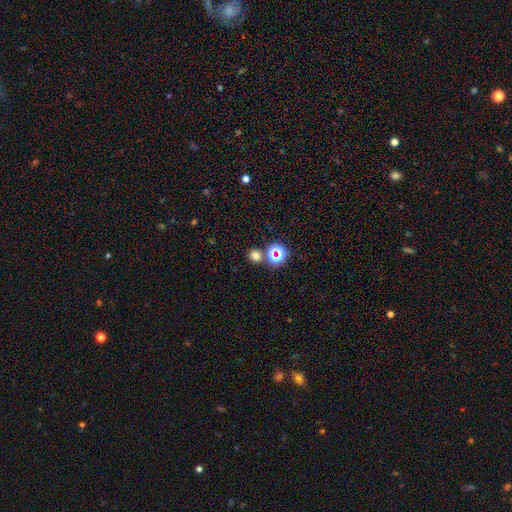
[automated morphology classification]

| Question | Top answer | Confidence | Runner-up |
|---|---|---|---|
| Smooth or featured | smooth | 67% | star or artifact (27%) |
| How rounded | round | 89% | in between (10%) |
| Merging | none | 78% | merger (12%) |